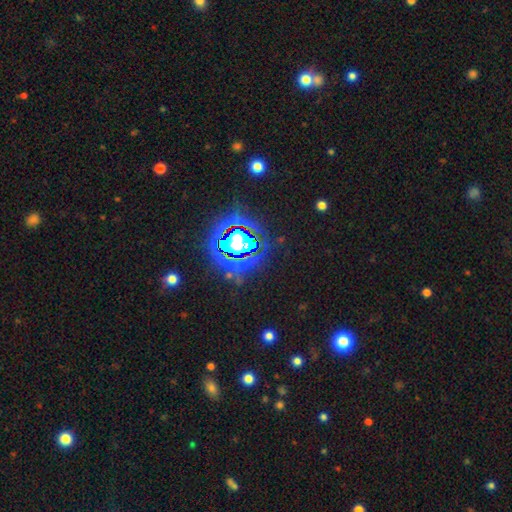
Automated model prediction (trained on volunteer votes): Smooth or featured? Predicted: star or artifact (p=0.85).